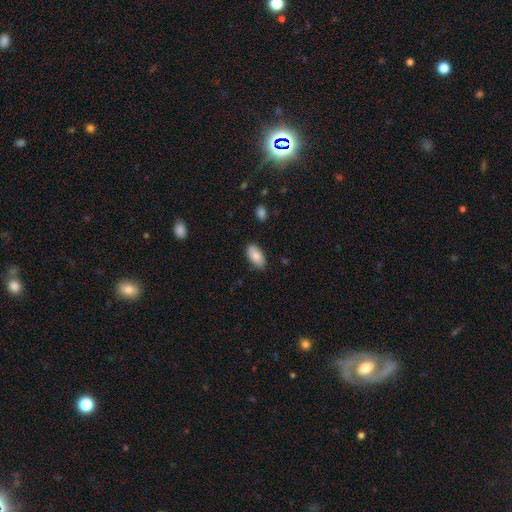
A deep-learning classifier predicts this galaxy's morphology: This appears to be a smooth galaxy with no disk features (82%) that is in between round and cigar-shaped (94%). Merging: none (82%).